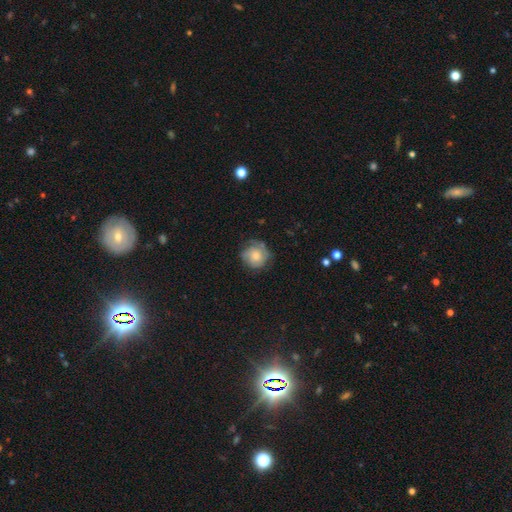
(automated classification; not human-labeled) Overall: smooth (56%; featured or disk 36%). How rounded: round (88%). Merging: none (65%).